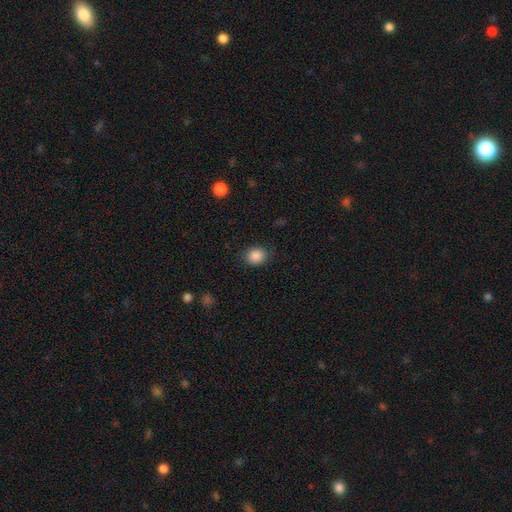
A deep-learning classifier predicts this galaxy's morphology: smooth 88%, star or artifact 9%, featured or disk 3%. Down the decision tree: how rounded — round (60%); merging — none (86%).